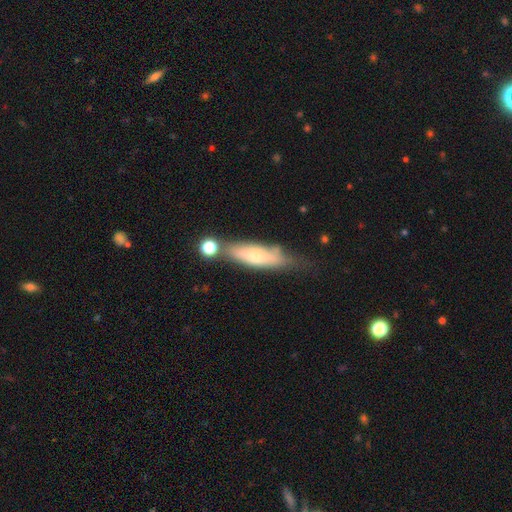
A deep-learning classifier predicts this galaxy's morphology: Q: Smooth or featured?
A: smooth (59%); runner-up: featured or disk (34%)
Q: How rounded?
A: cigar-shaped (56%); runner-up: in between (42%)
Q: Merging?
A: none (53%); runner-up: minor disturbance (25%)